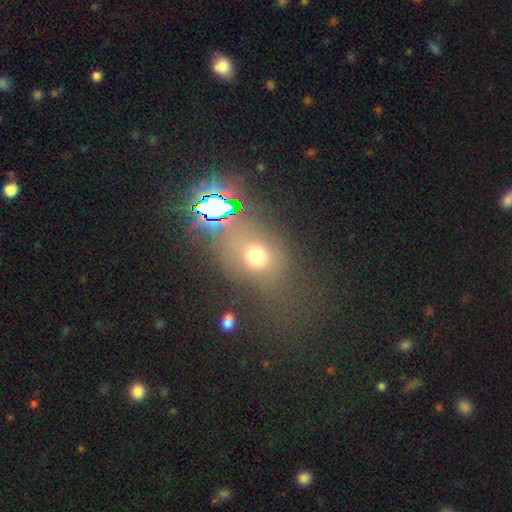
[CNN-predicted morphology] A smooth galaxy with no disk features (54%) that is round (50%). Merging: none (56%).